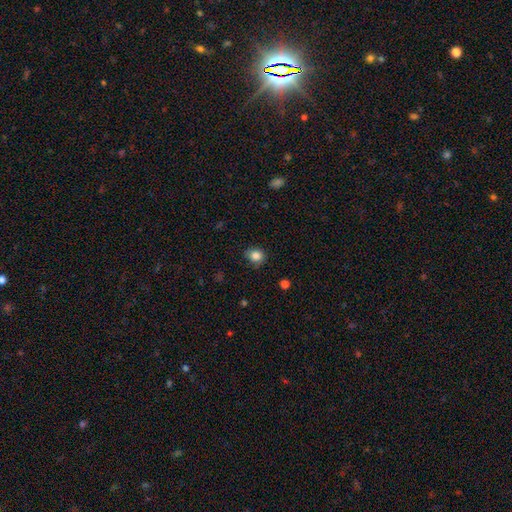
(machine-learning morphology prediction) This is clearly a smooth galaxy (85%). How rounded: likely round (71%). Merging: likely none (79%).